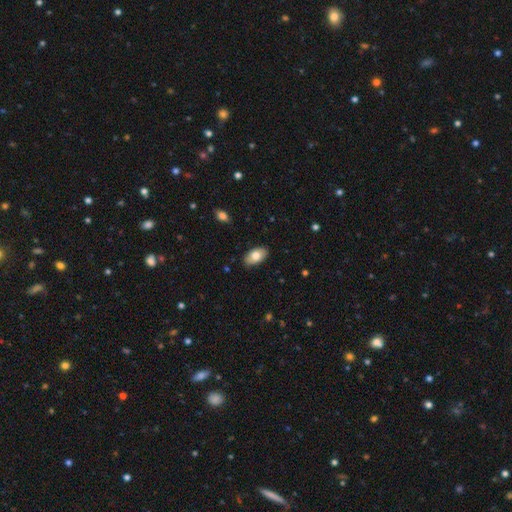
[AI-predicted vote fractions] A smooth galaxy with no disk features (78%) that is in between round and cigar-shaped (94%). Merging: none (87%).